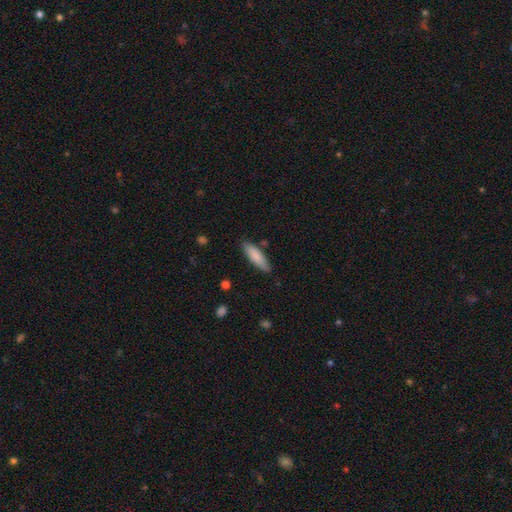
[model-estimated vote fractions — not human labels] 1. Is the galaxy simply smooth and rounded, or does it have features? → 84% smooth, 10% featured or disk, 6% star or artifact.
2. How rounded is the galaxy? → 58% cigar-shaped, 41% in between, 1% round.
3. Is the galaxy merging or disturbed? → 82% none, 13% minor disturbance, 3% merger, 2% major disturbance.